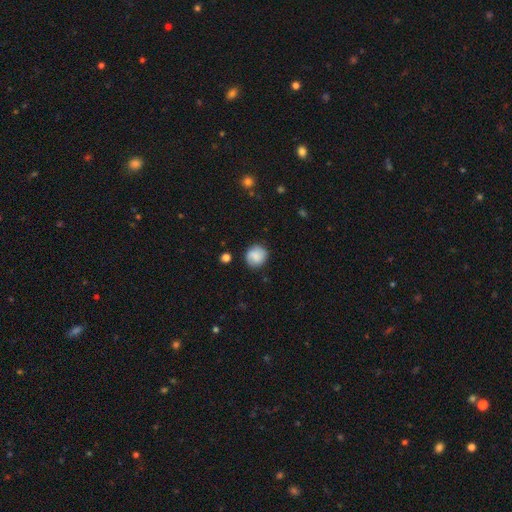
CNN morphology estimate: Smooth or featured: smooth — 79% (featured or disk — 13%)
How rounded: round — 85% (in between — 14%)
Merging: none — 80% (minor disturbance — 14%)